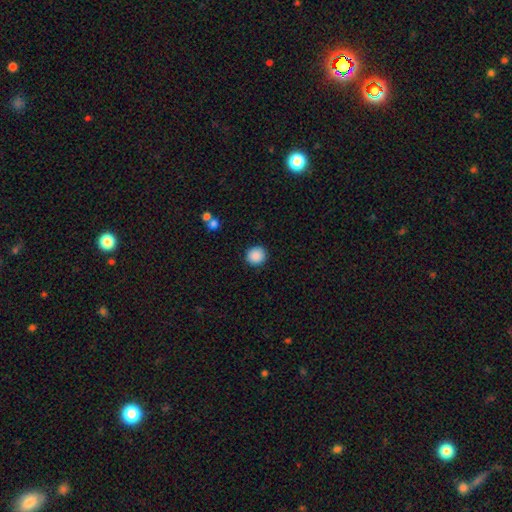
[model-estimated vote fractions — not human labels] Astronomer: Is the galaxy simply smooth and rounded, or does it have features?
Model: smooth — 89%.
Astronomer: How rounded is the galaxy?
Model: round — 91%.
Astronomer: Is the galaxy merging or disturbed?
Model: none — 91%.